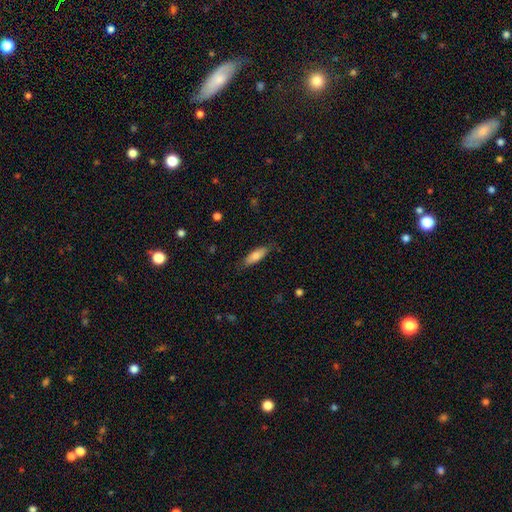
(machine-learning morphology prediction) Q: Smooth or featured?
A: smooth (77%); runner-up: featured or disk (17%)
Q: How rounded?
A: in between (57%); runner-up: cigar-shaped (41%)
Q: Merging?
A: none (80%); runner-up: minor disturbance (16%)